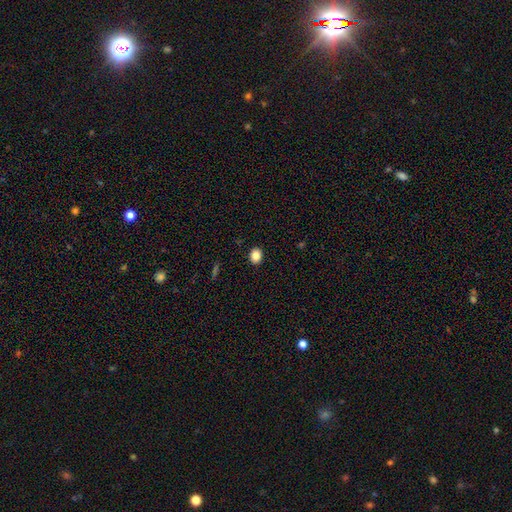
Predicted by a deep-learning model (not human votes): Smooth or featured? smooth (85%)
How rounded? in between (51%)
Merging? none (91%)